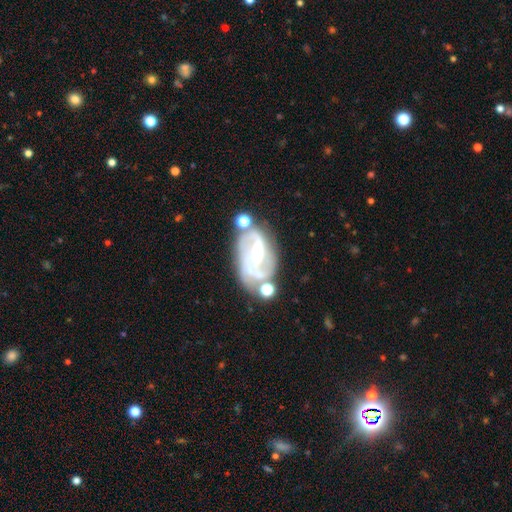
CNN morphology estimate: A featured or disk galaxy (78%) with a weak bar (40%), 2 (53%) medium (41%) spiral arms (81%) and a small central bulge (53%). Merging: none (47%).